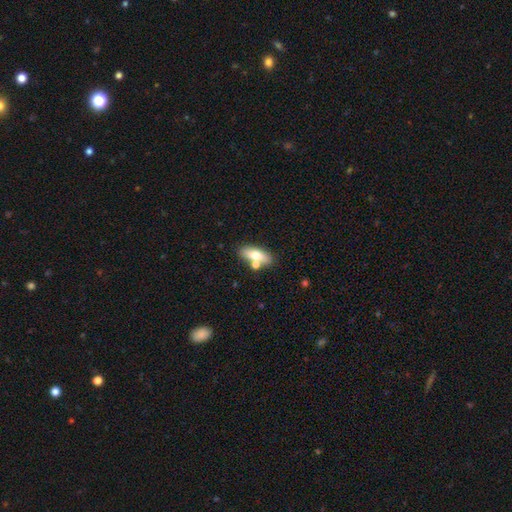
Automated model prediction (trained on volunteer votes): A smooth galaxy with no disk features (67%) that is in between round and cigar-shaped (72%).

Vote fractions:
- Smooth or featured? smooth: 67% / featured or disk: 26% / star or artifact: 7%
- How rounded? in between: 72% / cigar-shaped: 24% / round: 4%
- Merging? none: 67% / merger: 18% / minor disturbance: 12% / major disturbance: 3%